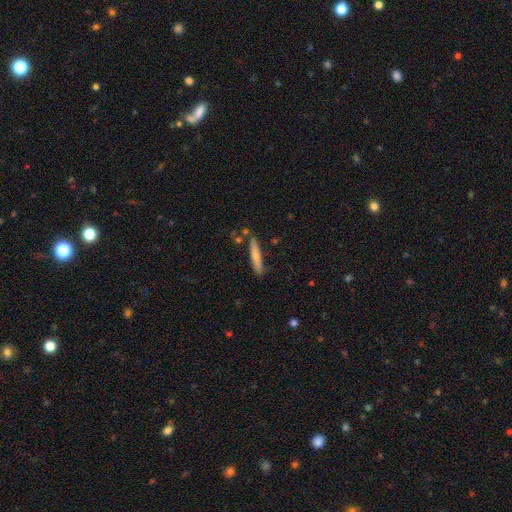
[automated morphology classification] Smooth or featured? Predicted: smooth (p=0.73). How rounded? Predicted: cigar-shaped (p=0.92). Merging? Predicted: none (p=0.80).